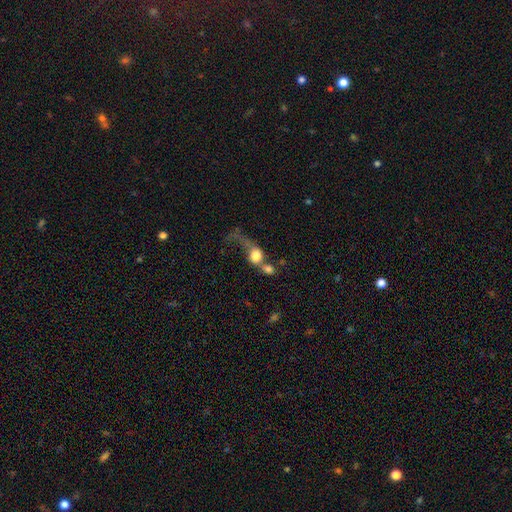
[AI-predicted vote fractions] This is likely a smooth galaxy (64%). How rounded: likely round (67%). Merging: possibly merger (56%).